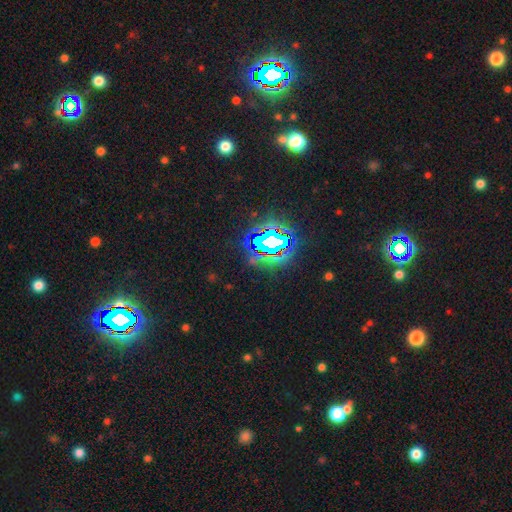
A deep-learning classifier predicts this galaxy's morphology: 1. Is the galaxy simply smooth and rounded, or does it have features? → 83% star or artifact, 10% smooth, 7% featured or disk.